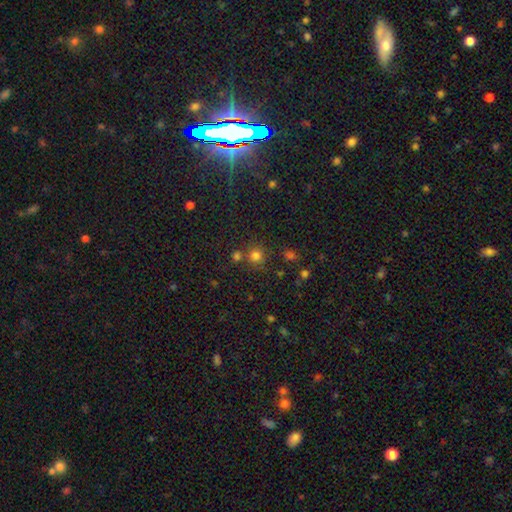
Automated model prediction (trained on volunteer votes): Smooth or featured? Predicted: smooth (p=0.75). How rounded? Predicted: round (p=0.91). Merging? Predicted: none (p=0.71).